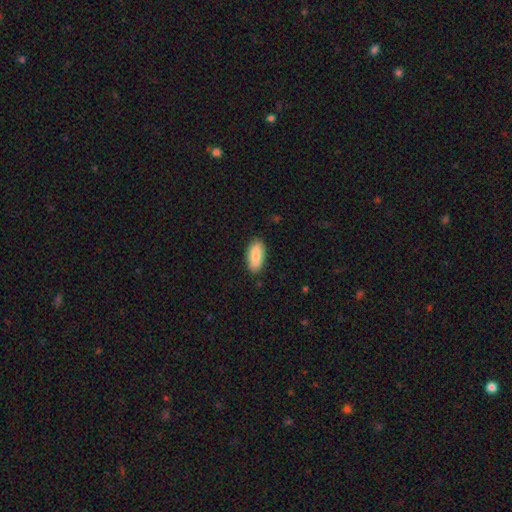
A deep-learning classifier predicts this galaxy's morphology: smooth 86%, featured or disk 8%, star or artifact 6%. Down the decision tree: how rounded — in between (87%); merging — none (86%).